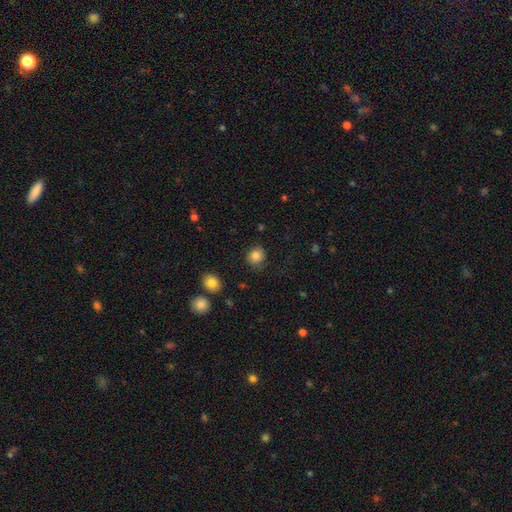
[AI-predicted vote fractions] A smooth galaxy with no disk features (85%) that is round (82%). Merging: none (83%).